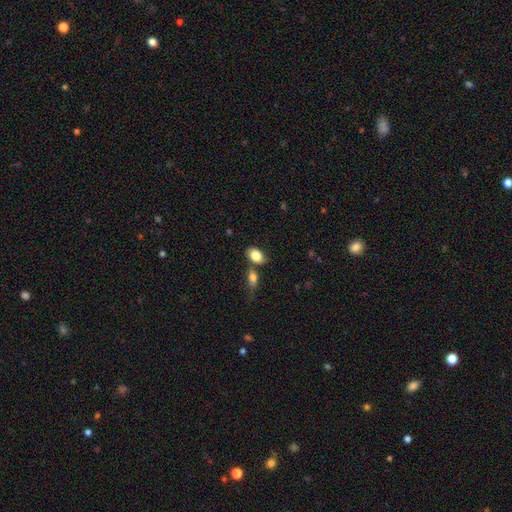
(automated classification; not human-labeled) Overall: smooth (84%). How rounded: in between (87%). Merging: none (56%; merger 25%).